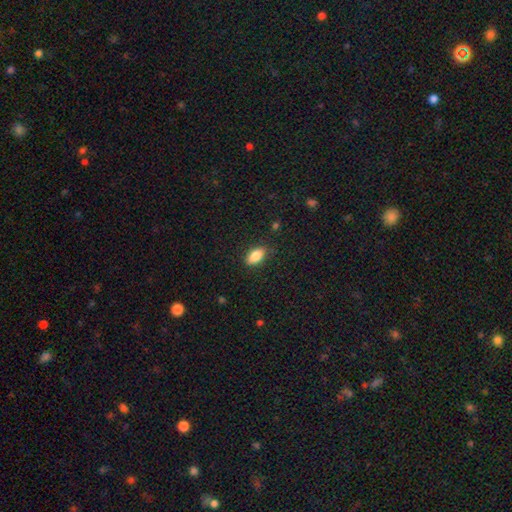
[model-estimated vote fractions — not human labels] smooth_or_featured: smooth (p=0.85) [alt: star or artifact p=0.08]
how_rounded: in between (p=0.89) [alt: cigar-shaped p=0.07]
merging: none (p=0.86) [alt: minor disturbance p=0.11]